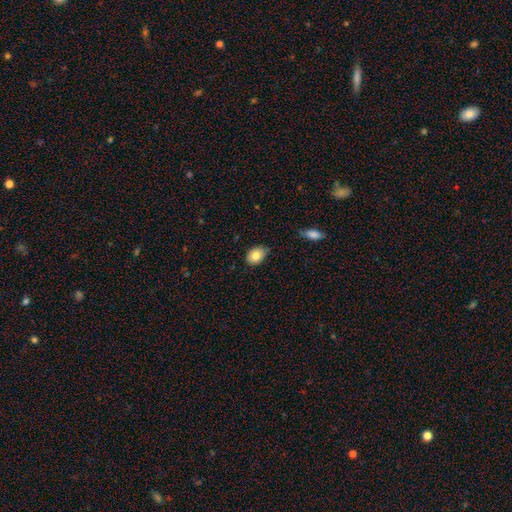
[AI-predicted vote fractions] Smooth or featured: smooth — 81% (featured or disk — 10%)
How rounded: in between — 68% (round — 31%)
Merging: none — 68% (minor disturbance — 27%)